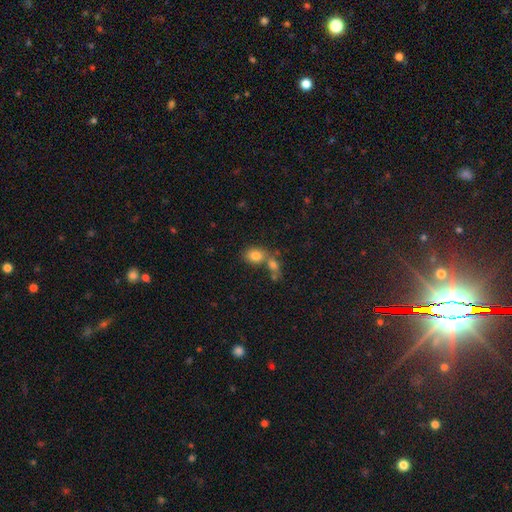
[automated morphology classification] Smooth or featured?
  - smooth: 81% *
  - star or artifact: 10%
  - featured or disk: 9%
How rounded?
  - in between: 65% *
  - round: 34%
  - cigar-shaped: 1%
Merging?
  - none: 44% *
  - merger: 42%
  - minor disturbance: 10%
  - major disturbance: 4%